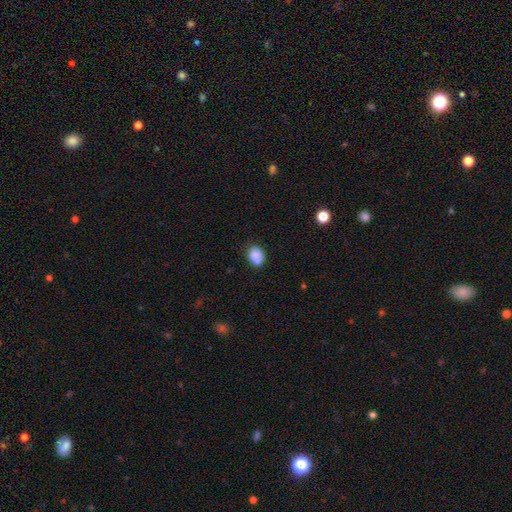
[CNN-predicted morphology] Smooth or featured?
  - smooth: 81% *
  - featured or disk: 10%
  - star or artifact: 9%
How rounded?
  - in between: 59% *
  - round: 40%
  - cigar-shaped: 1%
Merging?
  - none: 56% *
  - minor disturbance: 25%
  - merger: 13%
  - major disturbance: 6%